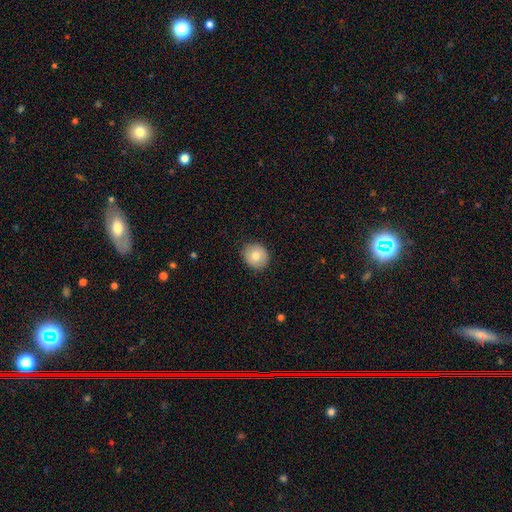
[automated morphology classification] Smooth or featured: smooth — 77% (featured or disk — 14%)
How rounded: round — 84% (in between — 15%)
Merging: none — 88% (minor disturbance — 9%)